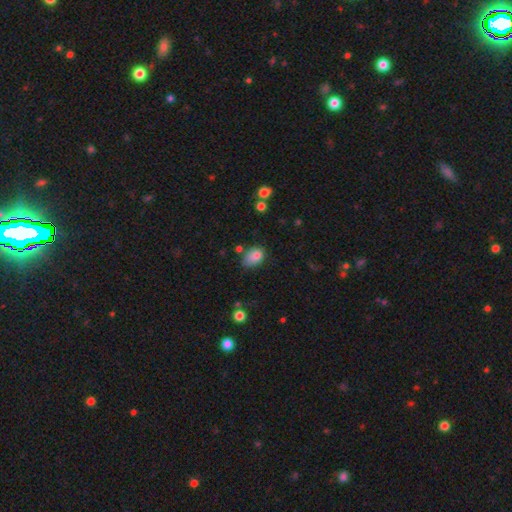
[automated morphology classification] A smooth galaxy with no disk features (81%) that is in between round and cigar-shaped (81%). Merging: none (50%).